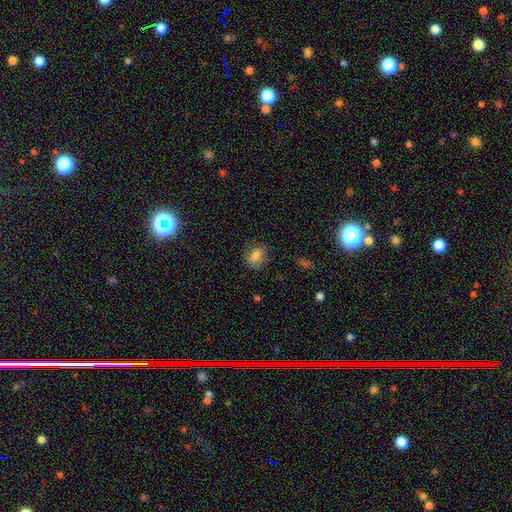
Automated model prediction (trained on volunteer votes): The model was most divided on "how rounded": in between: 61%, round: 37%, cigar-shaped: 2%. More confident: smooth or featured — smooth (78%); merging — none (76%).